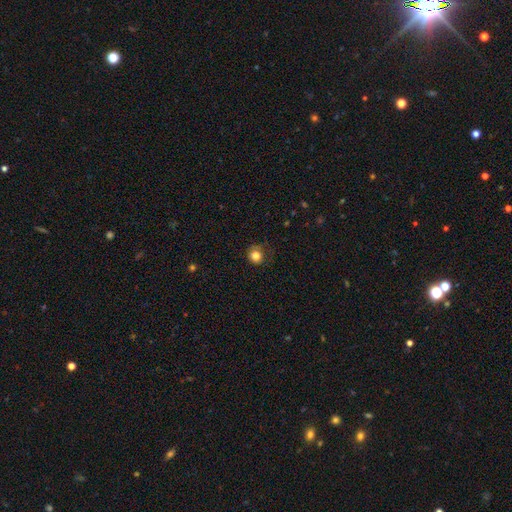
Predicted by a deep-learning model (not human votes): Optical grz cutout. It shows a smooth galaxy with no disk features (82%) that is round (85%). Merging: none (75%).